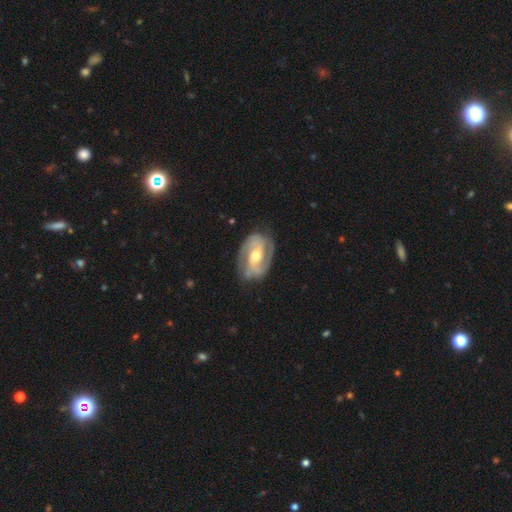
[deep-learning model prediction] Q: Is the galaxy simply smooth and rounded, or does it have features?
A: featured or disk — 88%.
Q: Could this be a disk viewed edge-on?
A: no — 97%.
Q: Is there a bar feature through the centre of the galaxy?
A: weak — 40%.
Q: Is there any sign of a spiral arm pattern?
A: yes — 95%.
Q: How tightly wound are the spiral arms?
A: medium — 46%.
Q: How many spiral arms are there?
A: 2 — 83%.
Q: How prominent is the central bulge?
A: moderate — 73%.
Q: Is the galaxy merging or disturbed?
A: none — 77%.